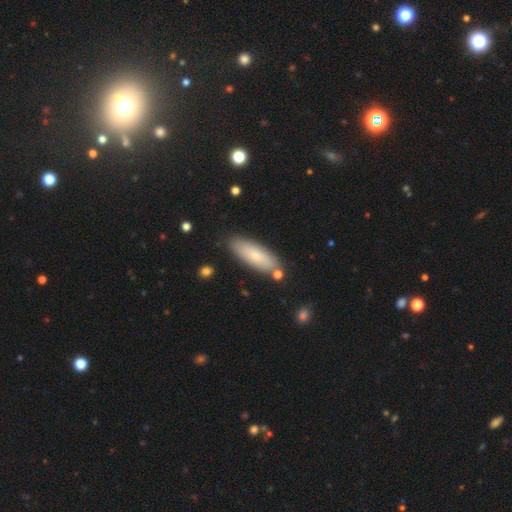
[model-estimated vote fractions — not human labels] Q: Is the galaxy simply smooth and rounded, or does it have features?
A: smooth — 73%.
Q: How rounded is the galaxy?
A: in between — 60%.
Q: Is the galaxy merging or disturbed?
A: none — 82%.